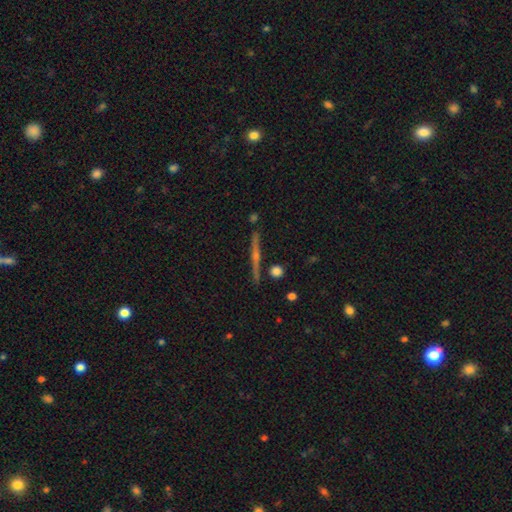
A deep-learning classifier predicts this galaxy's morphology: This is likely a featured or disk galaxy (78%). It is clearly viewed edge-on (98%). Edge-on bulge: clearly rounded (83%). Merging: clearly none (88%).